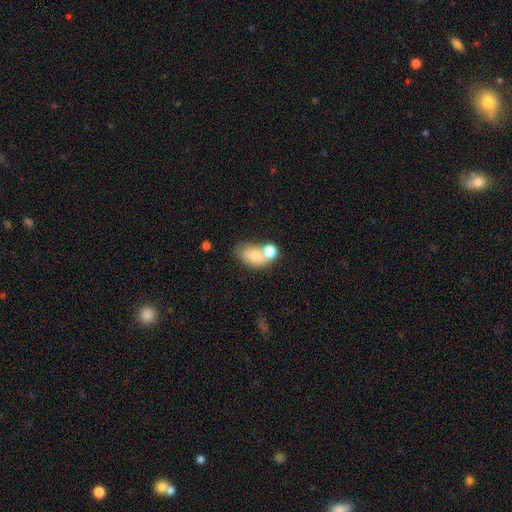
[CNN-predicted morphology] This is likely a smooth galaxy (72%). How rounded: likely in between (80%). Merging: possibly merger (45%).